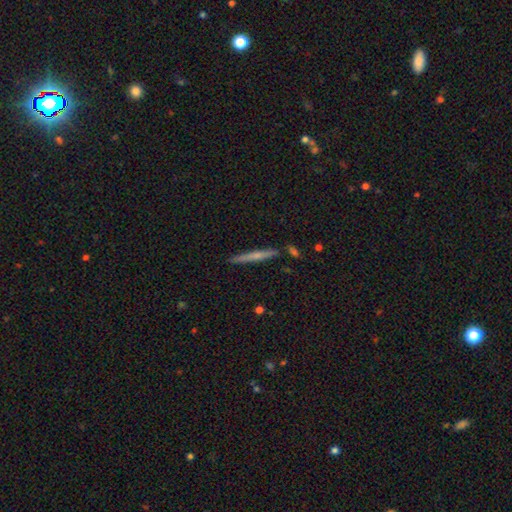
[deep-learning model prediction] Overall: smooth (47%, tied with featured or disk). Merging: none (87%).